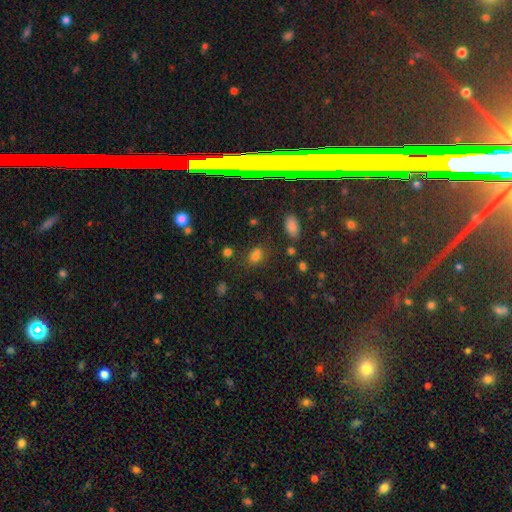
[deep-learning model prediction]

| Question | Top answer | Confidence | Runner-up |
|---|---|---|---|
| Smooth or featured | smooth | 67% | star or artifact (25%) |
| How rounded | in between | 58% | round (40%) |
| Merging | none | 63% | merger (16%) |